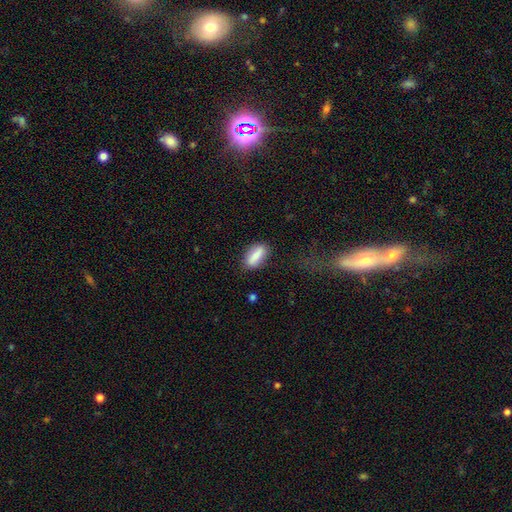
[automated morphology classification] Smooth or featured: smooth — 73% (featured or disk — 20%)
How rounded: in between — 70% (cigar-shaped — 26%)
Merging: none — 82% (minor disturbance — 12%)